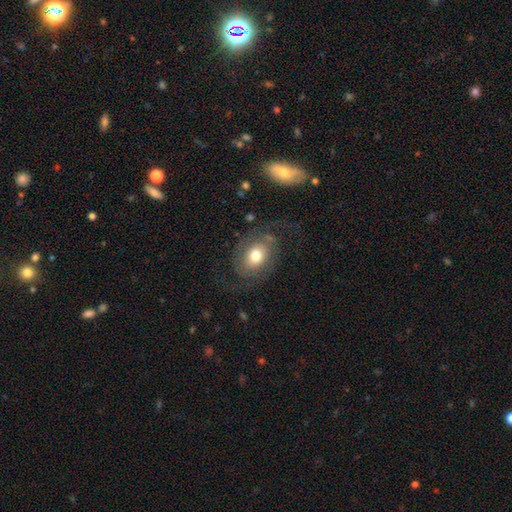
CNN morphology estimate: Q: Smooth or featured?
A: featured or disk (56%); runner-up: smooth (36%)
Q: Edge-on disk?
A: no (96%); runner-up: yes (4%)
Q: Bar?
A: no (78%); runner-up: weak (18%)
Q: Spiral arms?
A: yes (77%); runner-up: no (23%)
Q: Bulge size?
A: moderate (67%); runner-up: large (20%)
Q: Merging?
A: none (62%); runner-up: major disturbance (19%)